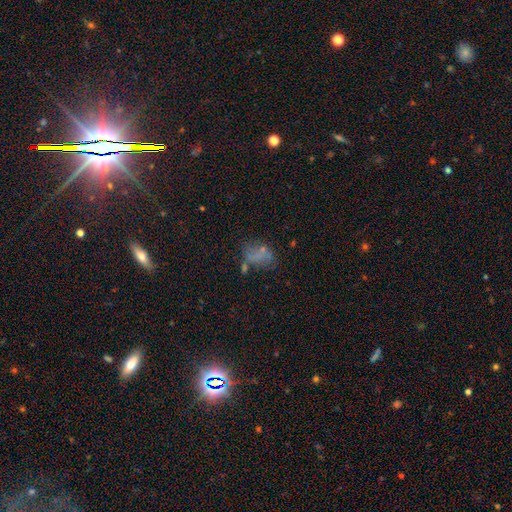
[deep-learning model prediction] This is marginally a smooth galaxy (41%). Merging: possibly none (51%).